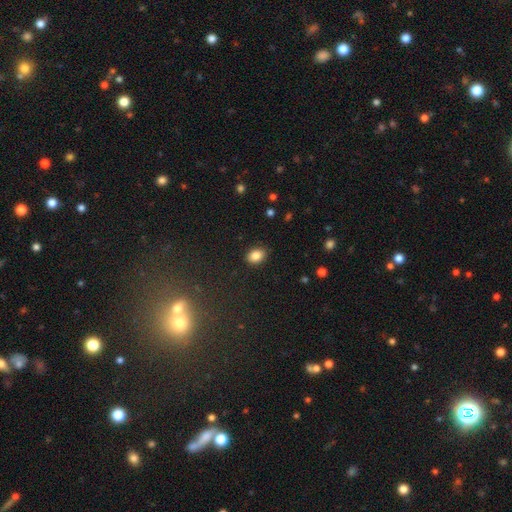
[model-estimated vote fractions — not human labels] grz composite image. It shows a smooth galaxy with no disk features (85%) that is in between round and cigar-shaped (74%). Merging: none (86%).